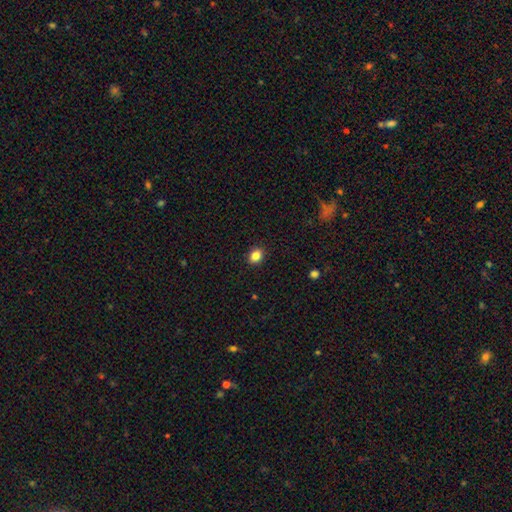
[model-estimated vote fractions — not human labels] smooth-or-featured: smooth: 85% | star or artifact: 10% | featured or disk: 5%
  how-rounded: in between: 60% | round: 39% | cigar-shaped: 1%
  merging: none: 90% | minor disturbance: 7% | major disturbance: 2% | merger: 1%